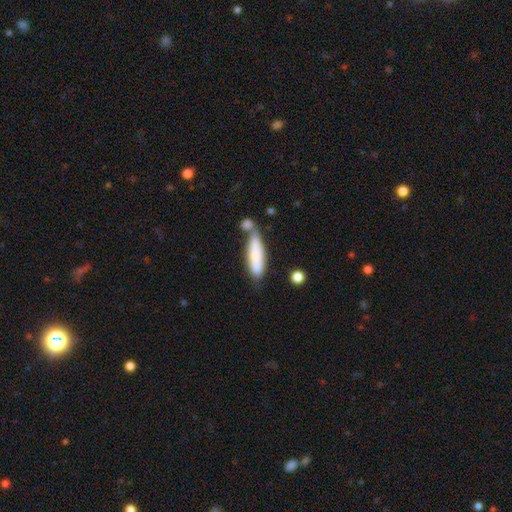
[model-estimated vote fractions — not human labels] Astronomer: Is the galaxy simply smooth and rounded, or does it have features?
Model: smooth — 74%.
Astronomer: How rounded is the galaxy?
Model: cigar-shaped — 67%.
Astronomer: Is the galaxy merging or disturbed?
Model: none — 44% (runner-up: merger, 28%).